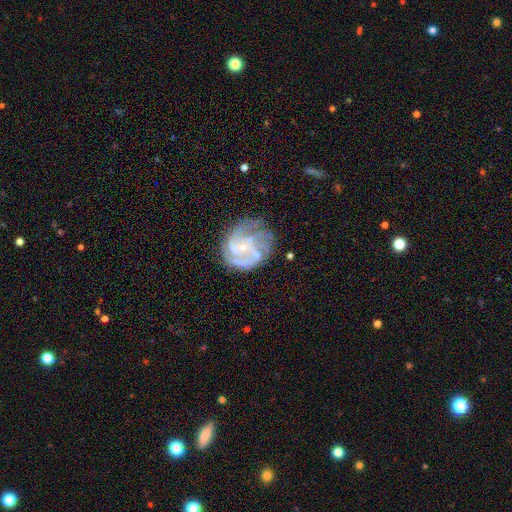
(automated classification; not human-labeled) Overall: featured or disk (84%). Edge-on disk: no (98%). Bar: no (66%; weak 28%). Spiral arms: yes (93%). Spiral arm count: 3 (35%; can't tell 21%). Spiral winding: tight (47%; medium 42%). Bulge size: small (75%). Merging: none (54%; minor disturbance 22%).